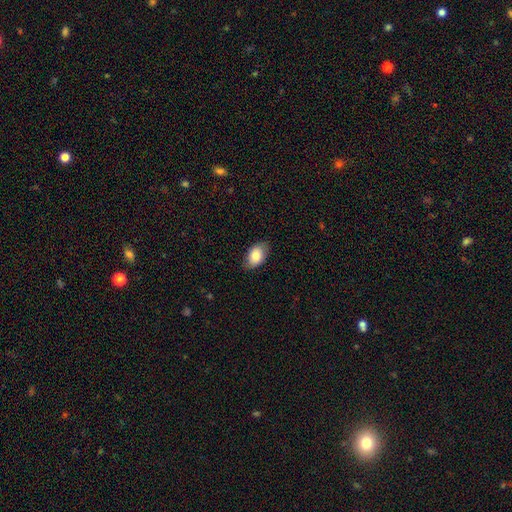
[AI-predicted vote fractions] Smooth or featured? Predicted: smooth (p=0.83). How rounded? Predicted: in between (p=0.91). Merging? Predicted: none (p=0.80).